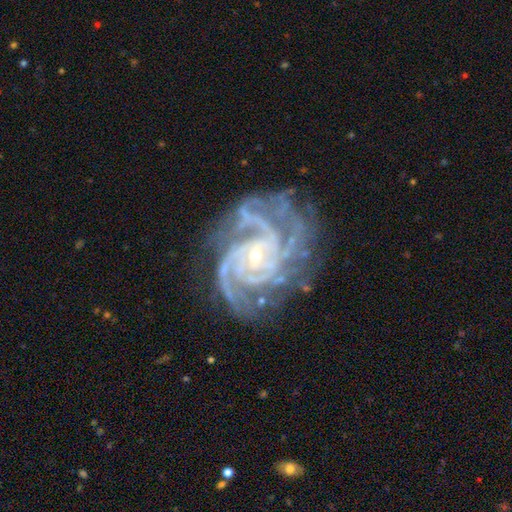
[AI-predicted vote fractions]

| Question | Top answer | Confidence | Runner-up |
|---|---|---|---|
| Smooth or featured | featured or disk | 92% | star or artifact (5%) |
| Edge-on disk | no | 98% | yes (2%) |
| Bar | no | 54% | weak (32%) |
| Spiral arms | yes | 99% | no (1%) |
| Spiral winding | tight | 62% | medium (33%) |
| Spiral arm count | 3 | 27% | 4 (26%) |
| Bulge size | small | 79% | moderate (17%) |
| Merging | none | 63% | minor disturbance (21%) |